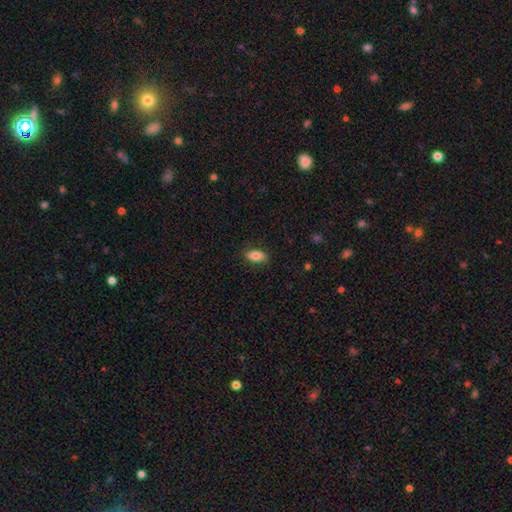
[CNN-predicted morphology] type=smooth (81%); roundness=in between (87%); merging=none (81%).